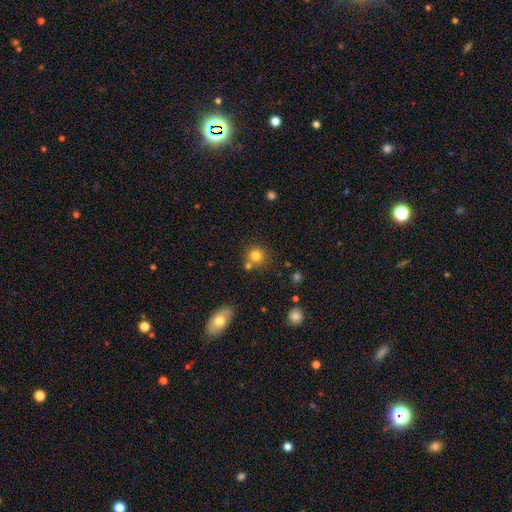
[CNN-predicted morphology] Smooth or featured?
  - smooth: 79% *
  - star or artifact: 13%
  - featured or disk: 8%
How rounded?
  - round: 90% *
  - in between: 9%
  - cigar-shaped: 1%
Merging?
  - none: 69% *
  - merger: 18%
  - minor disturbance: 10%
  - major disturbance: 3%